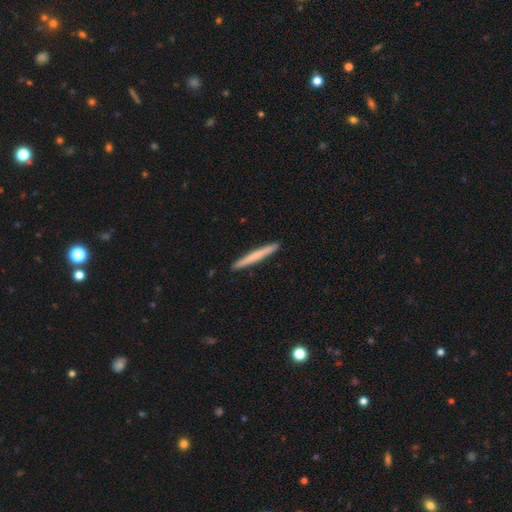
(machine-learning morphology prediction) A smooth galaxy with no disk features (63%) that is cigar-shaped (97%).

Vote fractions:
- Smooth or featured? smooth: 63% / featured or disk: 32% / star or artifact: 5%
- How rounded? cigar-shaped: 97% / in between: 2% / round: 1%
- Merging? none: 93% / minor disturbance: 5% / major disturbance: 1% / merger: 1%